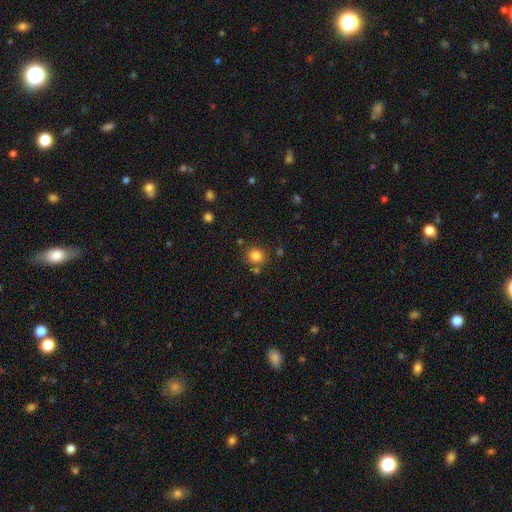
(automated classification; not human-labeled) Smooth or featured? Predicted: smooth (p=0.83). How rounded? Predicted: round (p=0.80). Merging? Predicted: none (p=0.78).